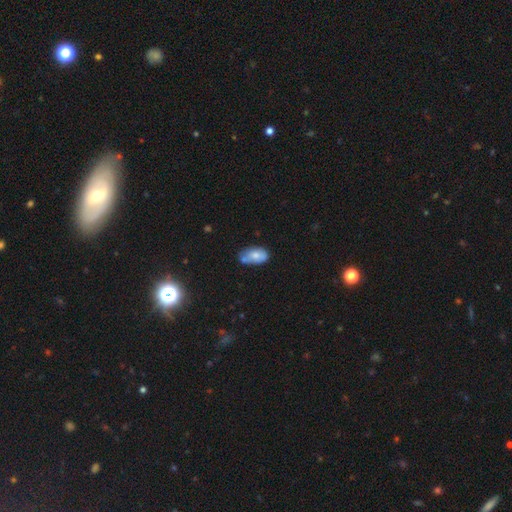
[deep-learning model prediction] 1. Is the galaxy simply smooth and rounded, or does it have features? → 69% smooth, 23% featured or disk, 8% star or artifact.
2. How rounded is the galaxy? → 92% in between, 6% round, 2% cigar-shaped.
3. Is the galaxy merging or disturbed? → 43% none, 31% minor disturbance, 18% merger, 8% major disturbance.